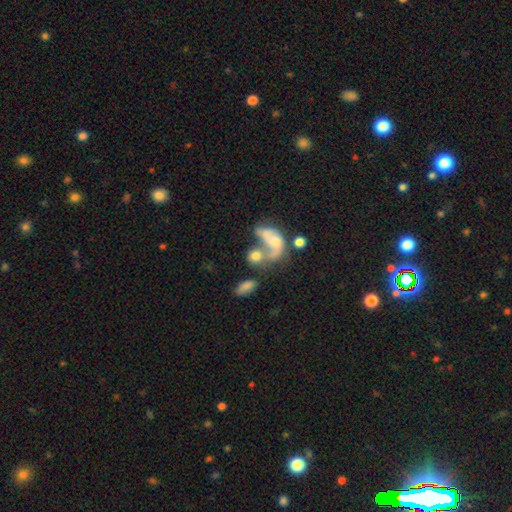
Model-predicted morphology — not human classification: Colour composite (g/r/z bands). It shows a smooth galaxy with no disk features (50%) that is in between round and cigar-shaped (67%). Merging: merger (54%).